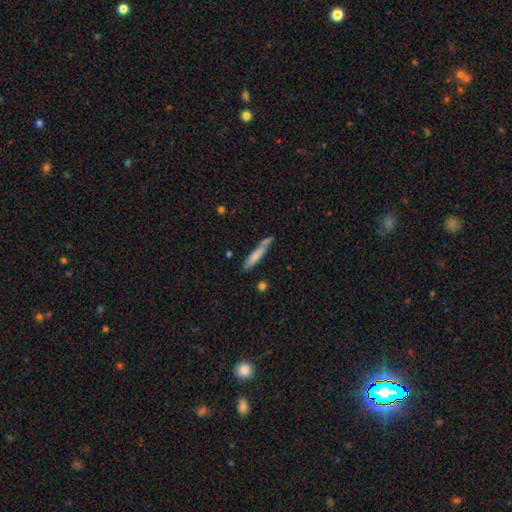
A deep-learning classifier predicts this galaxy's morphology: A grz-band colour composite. It shows a smooth galaxy with no disk features (71%) that is cigar-shaped (90%). Merging: none (64%).